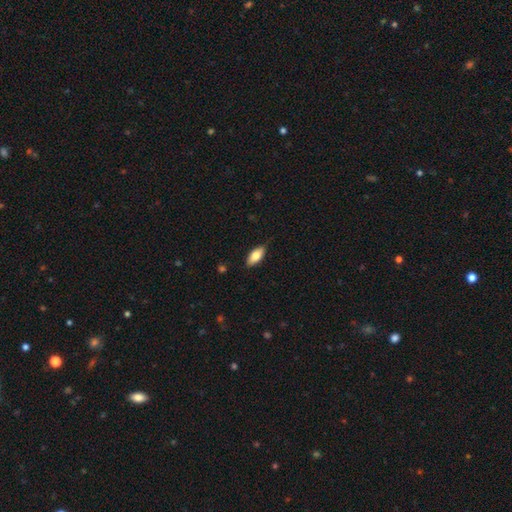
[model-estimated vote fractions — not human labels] A smooth galaxy with no disk features (76%) that is in between round and cigar-shaped (86%).

Vote fractions:
- Smooth or featured? smooth: 76% / featured or disk: 18% / star or artifact: 6%
- How rounded? in between: 86% / cigar-shaped: 12% / round: 2%
- Merging? none: 83% / minor disturbance: 13% / major disturbance: 2% / merger: 1%